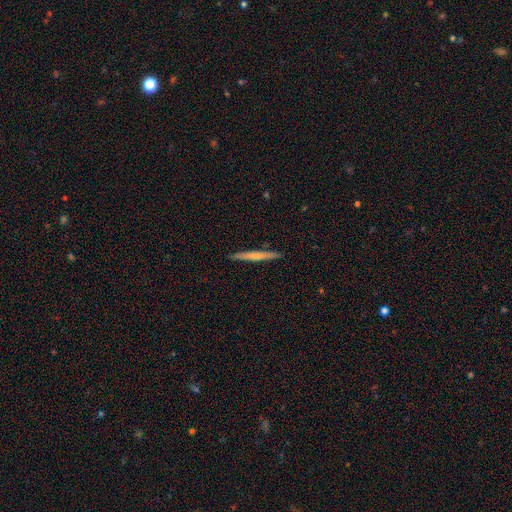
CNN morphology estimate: Smooth or featured?
  - smooth: 51% *
  - featured or disk: 43%
  - star or artifact: 5%
How rounded?
  - cigar-shaped: 96% *
  - in between: 2%
  - round: 1%
Merging?
  - none: 92% *
  - minor disturbance: 6%
  - major disturbance: 1%
  - merger: 1%